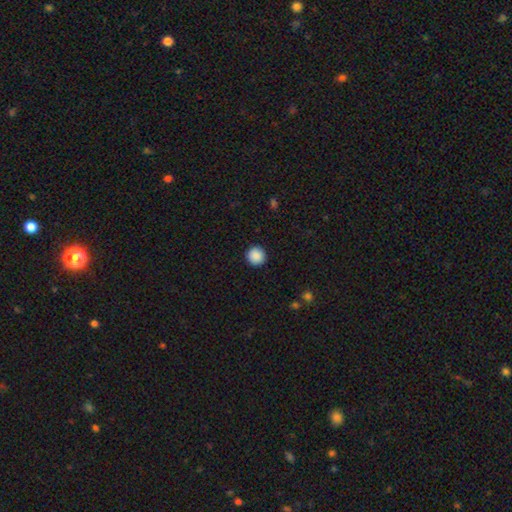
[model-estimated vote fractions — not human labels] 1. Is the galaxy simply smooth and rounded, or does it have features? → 89% smooth, 8% star or artifact, 2% featured or disk.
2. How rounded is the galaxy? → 95% round, 4% in between, 1% cigar-shaped.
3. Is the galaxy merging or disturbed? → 93% none, 4% minor disturbance, 2% major disturbance, 1% merger.